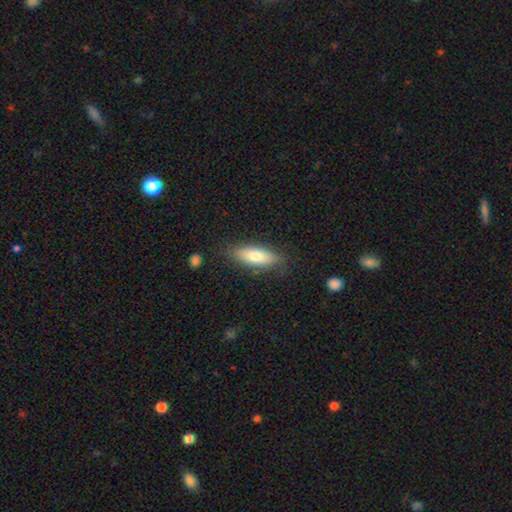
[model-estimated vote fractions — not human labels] Morphology: type=smooth (73%); roundness=in between (61%); merging=none (83%).